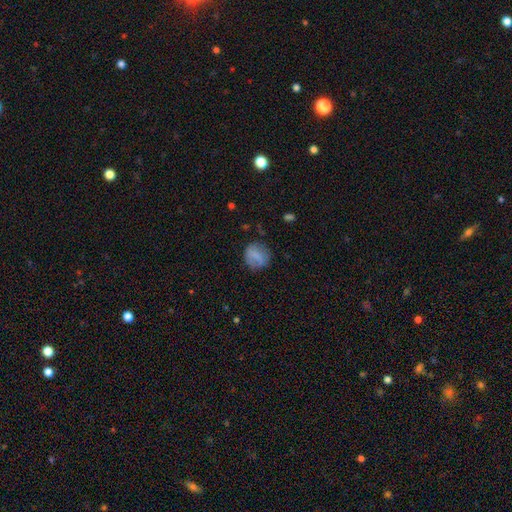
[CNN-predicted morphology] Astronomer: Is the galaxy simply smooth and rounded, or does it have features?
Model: smooth — 69%.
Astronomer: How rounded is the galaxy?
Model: round — 72%.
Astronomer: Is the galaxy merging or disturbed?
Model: none — 73%.